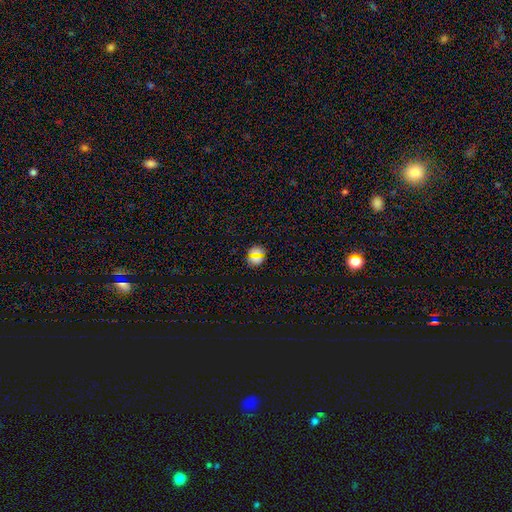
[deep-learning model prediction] Smooth or featured? smooth (63%)
How rounded? round (76%)
Merging? none (83%)